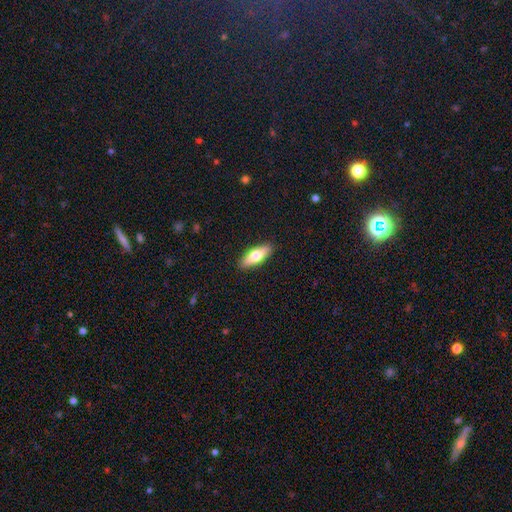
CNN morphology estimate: smooth_or_featured: smooth (p=0.64) [alt: featured or disk p=0.31]
how_rounded: in between (p=0.59) [alt: cigar-shaped p=0.38]
merging: none (p=0.90) [alt: minor disturbance p=0.07]